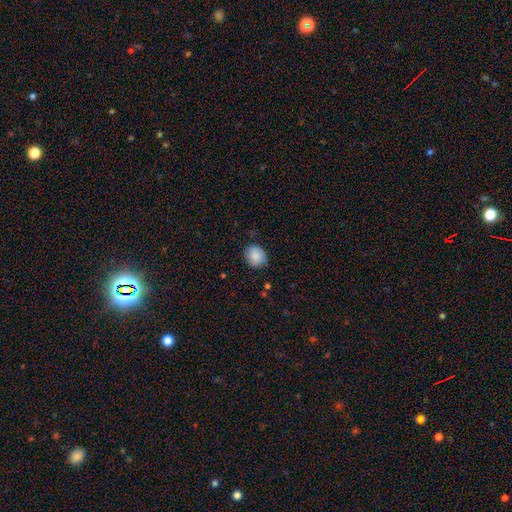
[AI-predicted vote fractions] Morphology: type=smooth (83%); roundness=round (65%); merging=none (80%).